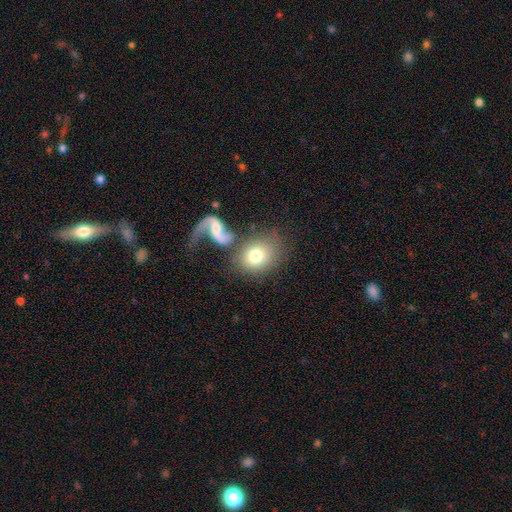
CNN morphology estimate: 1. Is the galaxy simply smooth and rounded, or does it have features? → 72% smooth, 21% featured or disk, 8% star or artifact.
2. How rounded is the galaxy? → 52% round, 47% in between, 2% cigar-shaped.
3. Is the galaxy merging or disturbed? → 55% none, 24% merger, 12% minor disturbance, 9% major disturbance.